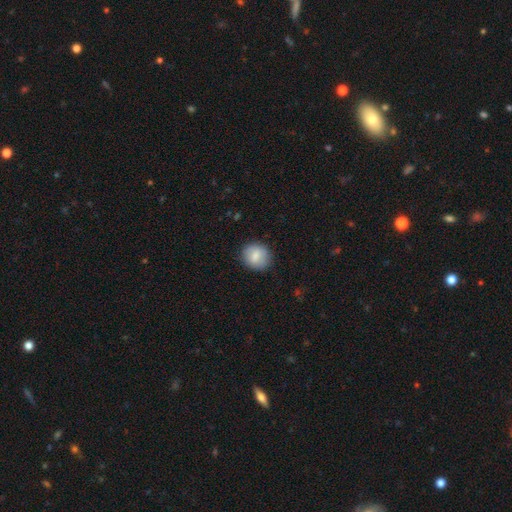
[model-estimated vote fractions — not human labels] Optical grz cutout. It shows a smooth galaxy with no disk features (80%) that is round (77%). Merging: none (86%).